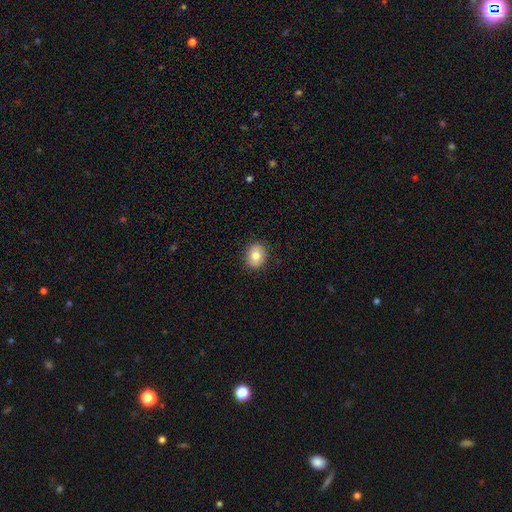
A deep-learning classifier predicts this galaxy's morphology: Q: Smooth or featured?
A: smooth (81%); runner-up: featured or disk (10%)
Q: How rounded?
A: round (57%); runner-up: in between (42%)
Q: Merging?
A: none (90%); runner-up: minor disturbance (7%)